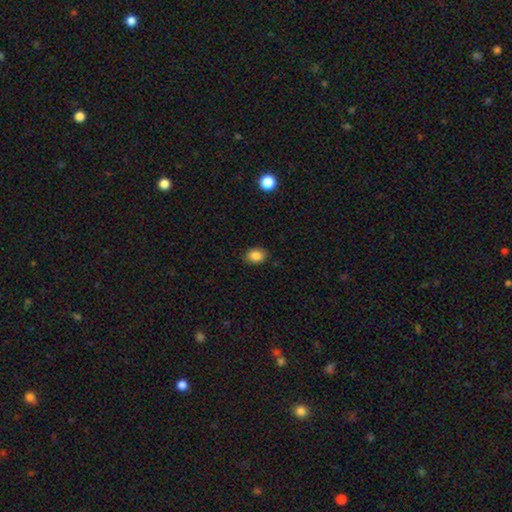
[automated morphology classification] A smooth galaxy with no disk features (86%) that is in between round and cigar-shaped (65%). Merging: none (84%).